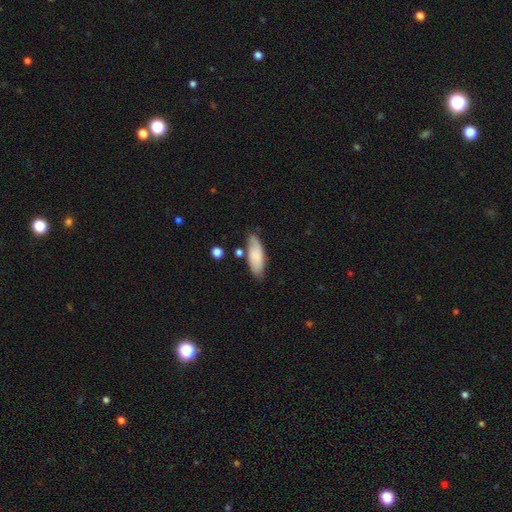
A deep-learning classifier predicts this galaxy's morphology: Overall: smooth (77%). How rounded: in between (69%; cigar-shaped 29%). Merging: none (70%).